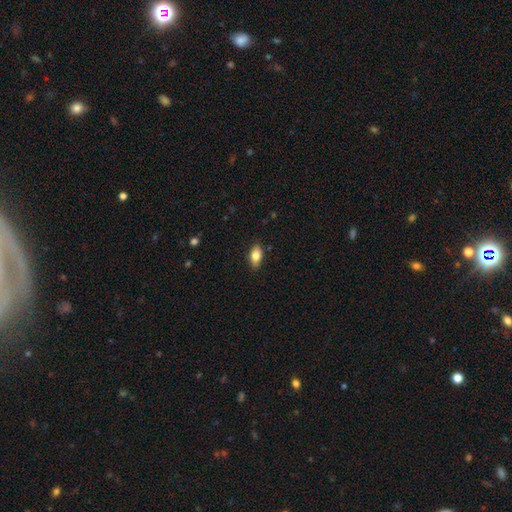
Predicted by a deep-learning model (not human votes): Smooth or featured? Predicted: smooth (p=0.79). How rounded? Predicted: in between (p=0.88). Merging? Predicted: none (p=0.85).